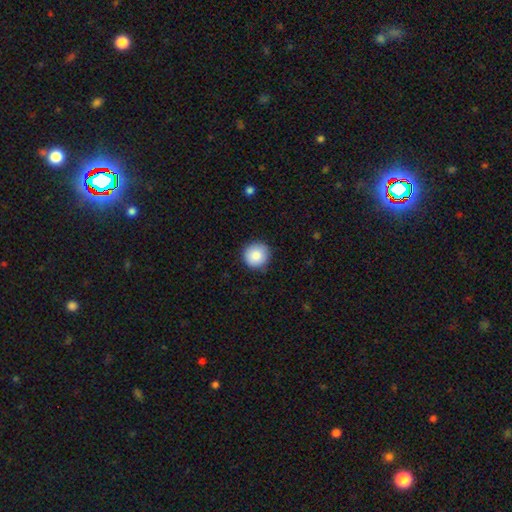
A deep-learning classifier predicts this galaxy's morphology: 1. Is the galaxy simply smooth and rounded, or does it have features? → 87% smooth, 8% star or artifact, 5% featured or disk.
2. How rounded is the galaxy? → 95% round, 4% in between, 1% cigar-shaped.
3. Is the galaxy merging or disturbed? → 89% none, 8% minor disturbance, 2% major disturbance, 1% merger.